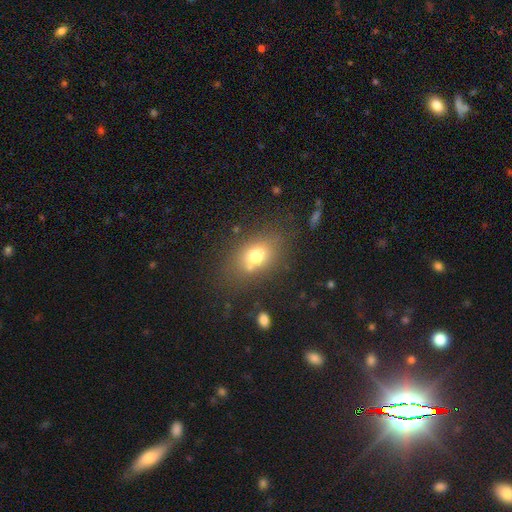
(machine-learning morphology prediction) Smooth or featured? smooth (73%)
How rounded? in between (69%)
Merging? none (68%)